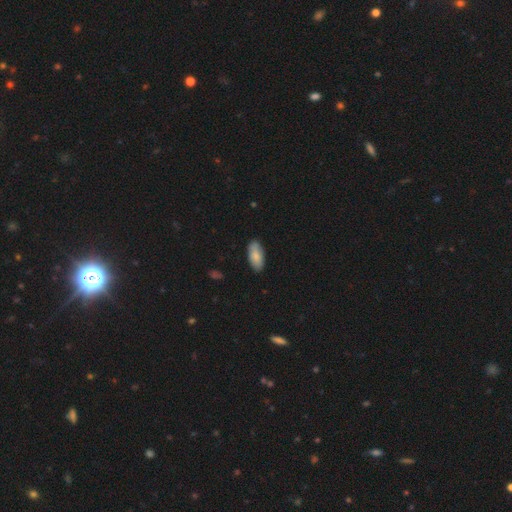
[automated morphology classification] Q: Smooth or featured?
A: smooth (82%); runner-up: featured or disk (12%)
Q: How rounded?
A: in between (90%); runner-up: cigar-shaped (8%)
Q: Merging?
A: none (83%); runner-up: minor disturbance (13%)